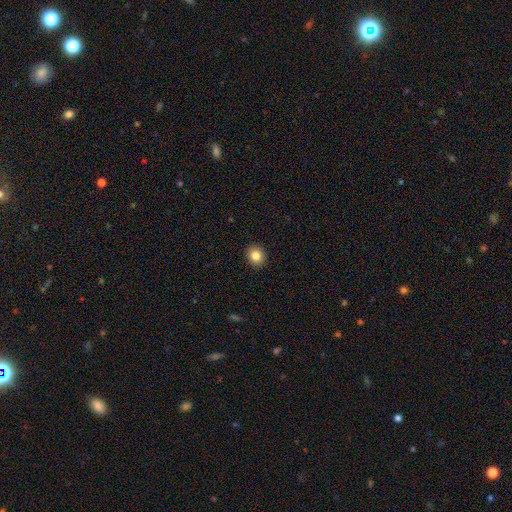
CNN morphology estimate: Smooth or featured? Predicted: smooth (p=0.83). How rounded? Predicted: round (p=0.81). Merging? Predicted: none (p=0.92).